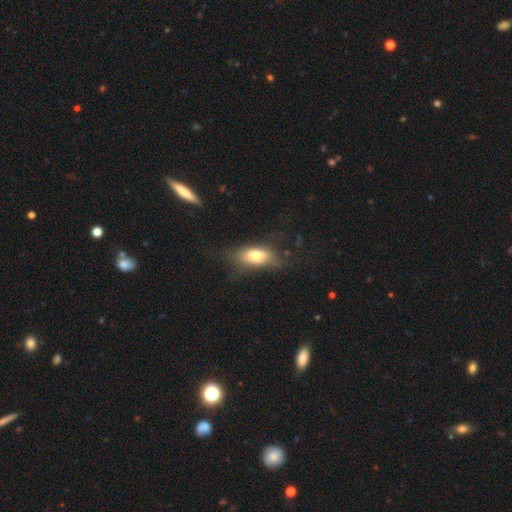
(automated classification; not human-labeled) smooth 71%, featured or disk 21%, star or artifact 9%. Down the decision tree: how rounded — in between (84%); merging — none (55%).